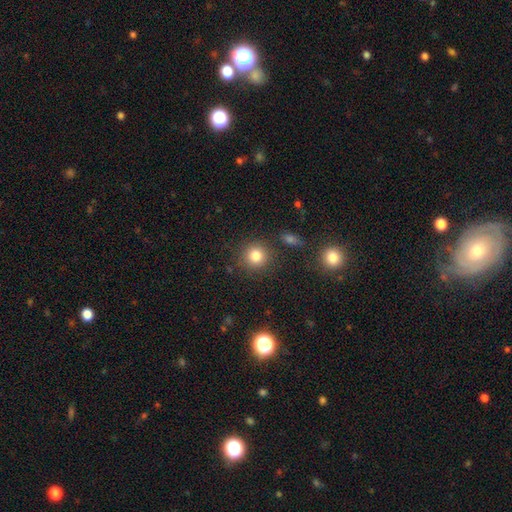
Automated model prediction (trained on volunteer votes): smooth 82%, star or artifact 11%, featured or disk 7%. Down the decision tree: how rounded — round (91%); merging — none (86%).